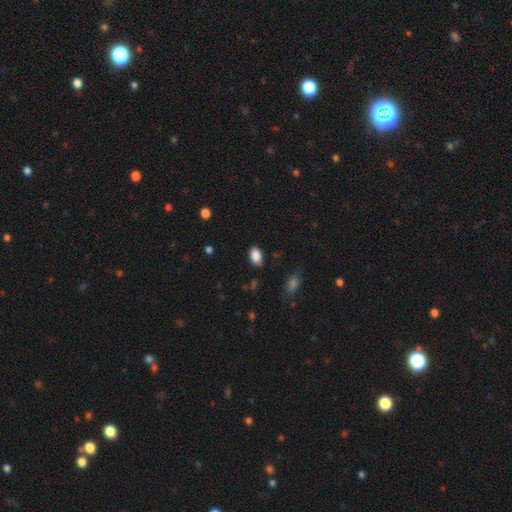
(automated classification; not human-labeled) Smooth or featured: smooth — 88% (star or artifact — 8%)
How rounded: in between — 92% (round — 6%)
Merging: none — 84% (minor disturbance — 12%)